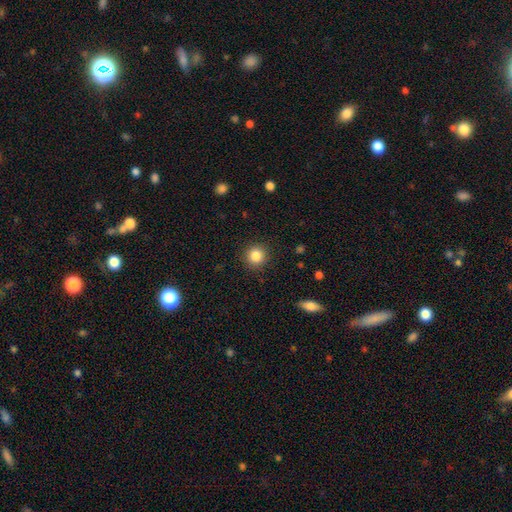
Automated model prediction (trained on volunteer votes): The model was most divided on "smooth or featured": smooth: 85%, star or artifact: 10%, featured or disk: 5%. More confident: how rounded — round (93%); merging — none (91%).